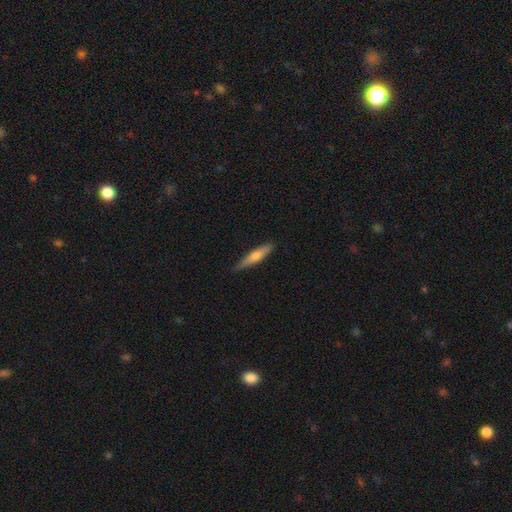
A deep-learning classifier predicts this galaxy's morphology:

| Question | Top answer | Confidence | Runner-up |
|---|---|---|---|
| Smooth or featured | smooth | 56% | featured or disk (39%) |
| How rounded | cigar-shaped | 85% | in between (14%) |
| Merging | none | 85% | minor disturbance (12%) |